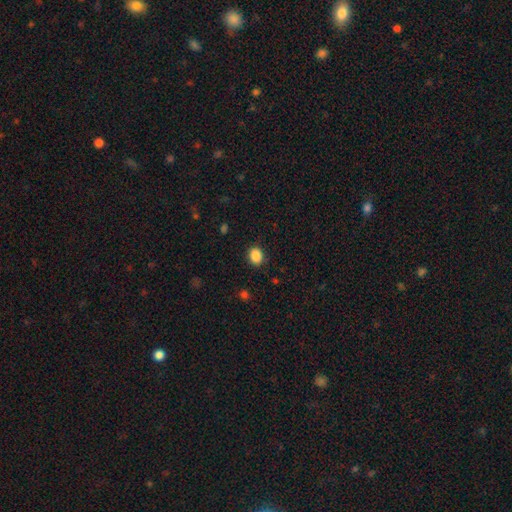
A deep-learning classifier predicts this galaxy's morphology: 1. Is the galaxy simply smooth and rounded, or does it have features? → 88% smooth, 9% star or artifact, 3% featured or disk.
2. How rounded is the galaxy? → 54% round, 45% in between, 1% cigar-shaped.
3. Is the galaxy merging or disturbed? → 86% none, 10% minor disturbance, 3% major disturbance, 1% merger.